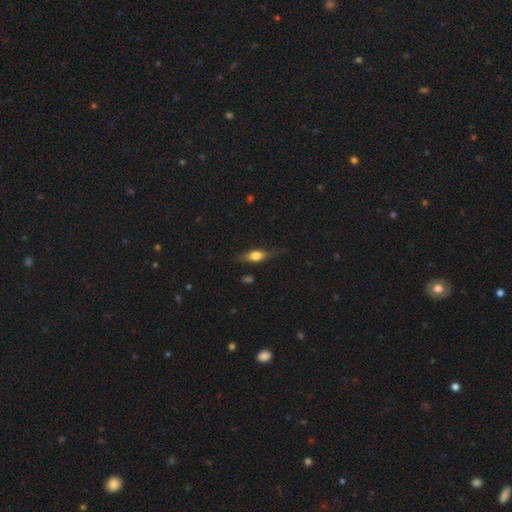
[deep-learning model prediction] Morphology: type=smooth (65%); roundness=in between (66%); merging=none (74%).